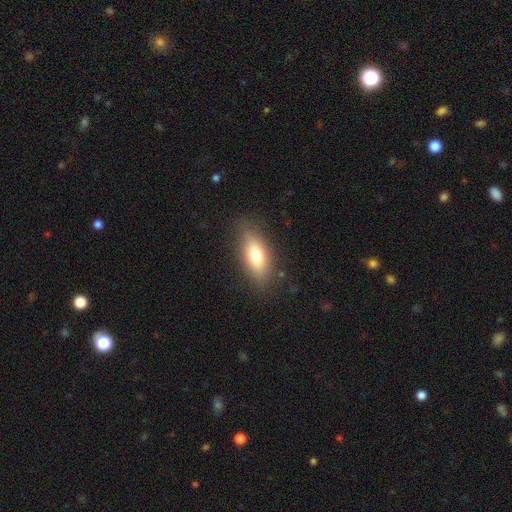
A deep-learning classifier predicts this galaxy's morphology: smooth_or_featured: smooth (p=0.72) [alt: featured or disk p=0.20]
how_rounded: in between (p=0.80) [alt: cigar-shaped p=0.14]
merging: none (p=0.81) [alt: minor disturbance p=0.13]